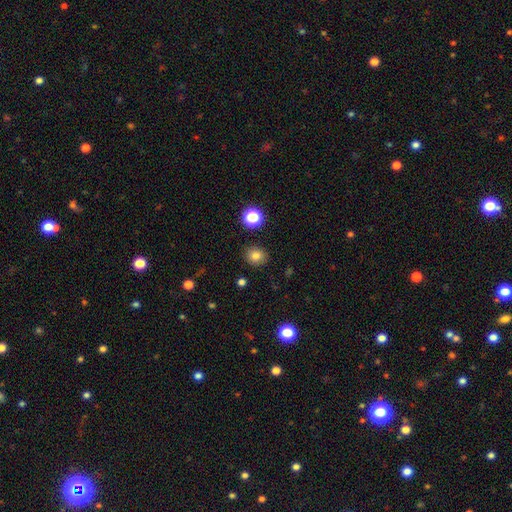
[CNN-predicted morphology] Smooth or featured: smooth — 79% (star or artifact — 14%)
How rounded: round — 80% (in between — 19%)
Merging: none — 89% (minor disturbance — 7%)